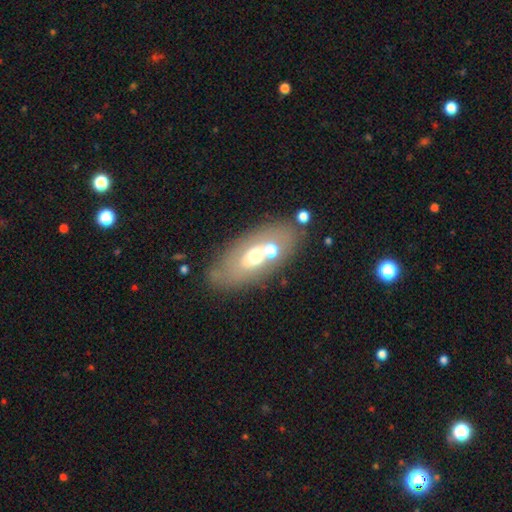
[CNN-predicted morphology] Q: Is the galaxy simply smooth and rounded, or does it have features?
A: smooth — 47%.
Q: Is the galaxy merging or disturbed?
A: none — 58%.